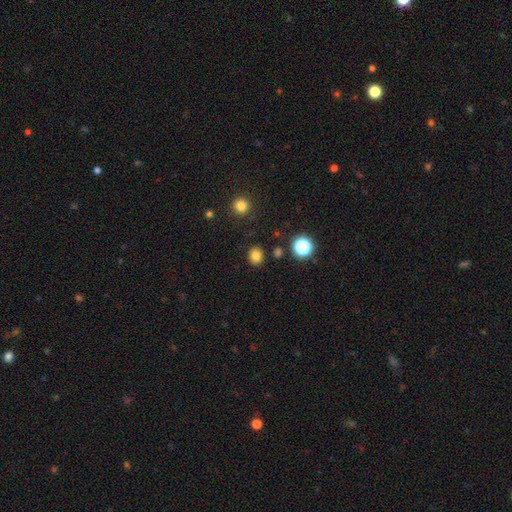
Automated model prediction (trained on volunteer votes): Smooth or featured?
  - smooth: 81% *
  - star or artifact: 14%
  - featured or disk: 5%
How rounded?
  - round: 72% *
  - in between: 27%
  - cigar-shaped: 1%
Merging?
  - none: 87% *
  - minor disturbance: 8%
  - major disturbance: 3%
  - merger: 2%